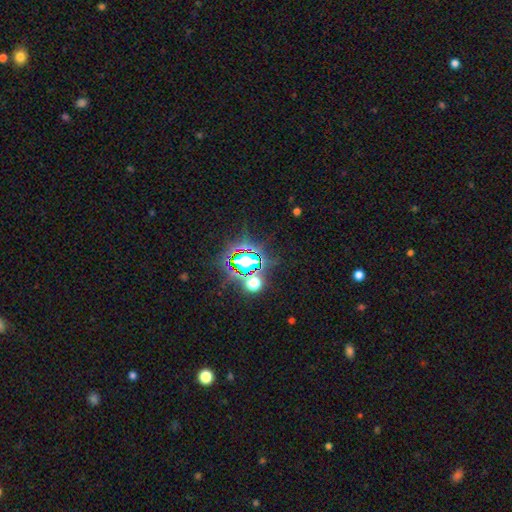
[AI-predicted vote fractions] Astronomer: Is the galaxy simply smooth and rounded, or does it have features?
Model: star or artifact — 77%.